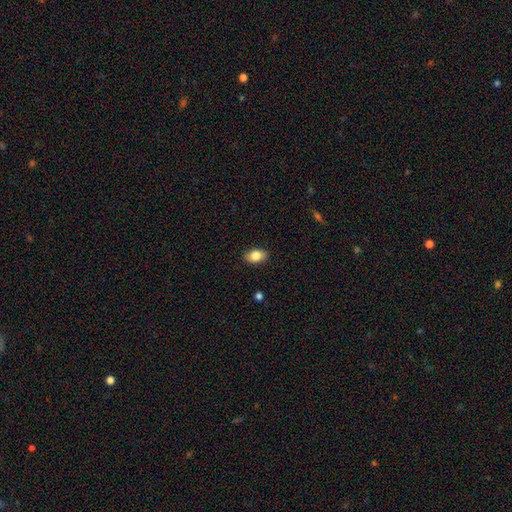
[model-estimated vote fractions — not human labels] Smooth or featured? Predicted: smooth (p=0.85). How rounded? Predicted: in between (p=0.87). Merging? Predicted: none (p=0.89).